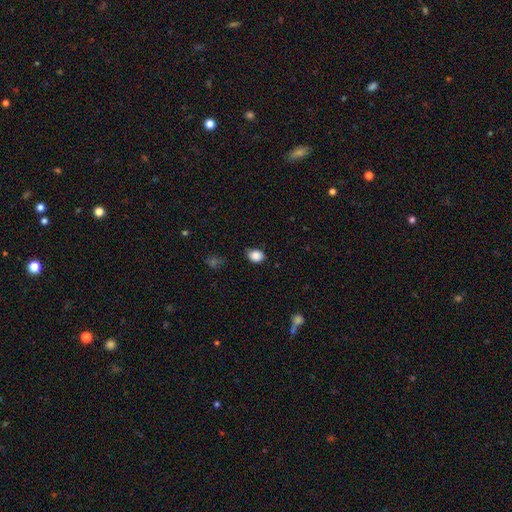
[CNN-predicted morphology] The model was most divided on "how rounded": in between: 54%, round: 45%, cigar-shaped: 1%. More confident: smooth or featured — smooth (88%); merging — none (77%).